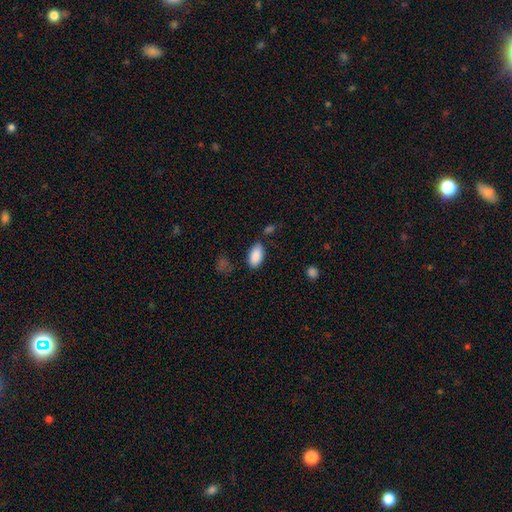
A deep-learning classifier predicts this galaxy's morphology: A smooth galaxy with no disk features (89%) that is in between round and cigar-shaped (94%).

Vote fractions:
- Smooth or featured? smooth: 89% / star or artifact: 7% / featured or disk: 4%
- How rounded? in between: 94% / cigar-shaped: 3% / round: 3%
- Merging? none: 76% / minor disturbance: 16% / merger: 4% / major disturbance: 4%